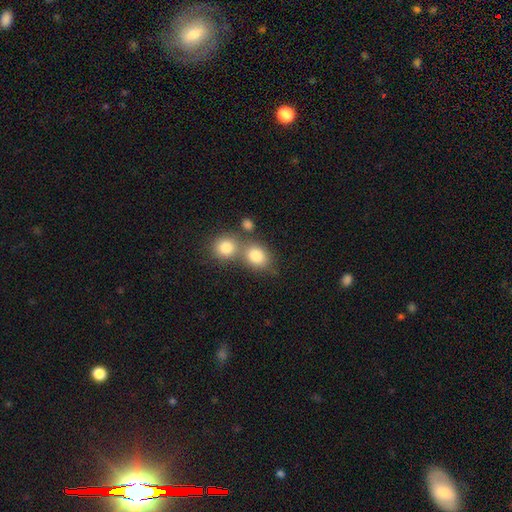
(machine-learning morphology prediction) smooth-or-featured: smooth: 81% | star or artifact: 10% | featured or disk: 8%
  how-rounded: round: 62% | in between: 37% | cigar-shaped: 1%
  merging: merger: 44% | none: 43% | minor disturbance: 9% | major disturbance: 4%